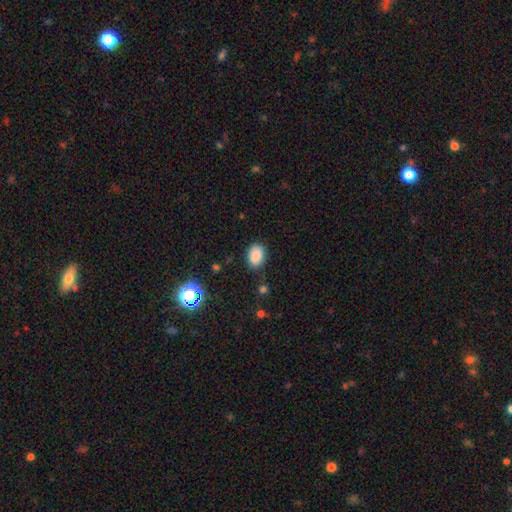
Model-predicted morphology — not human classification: Smooth or featured: smooth — 86% (star or artifact — 10%)
How rounded: in between — 80% (round — 19%)
Merging: none — 82% (minor disturbance — 13%)